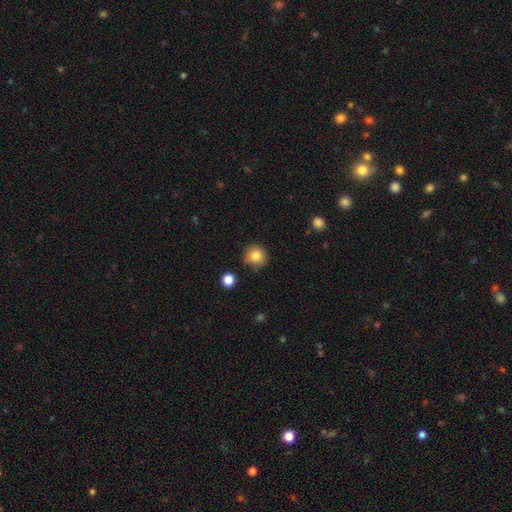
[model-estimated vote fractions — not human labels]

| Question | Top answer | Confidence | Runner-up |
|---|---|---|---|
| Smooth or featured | smooth | 83% | star or artifact (10%) |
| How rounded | round | 91% | in between (8%) |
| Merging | none | 82% | minor disturbance (13%) |